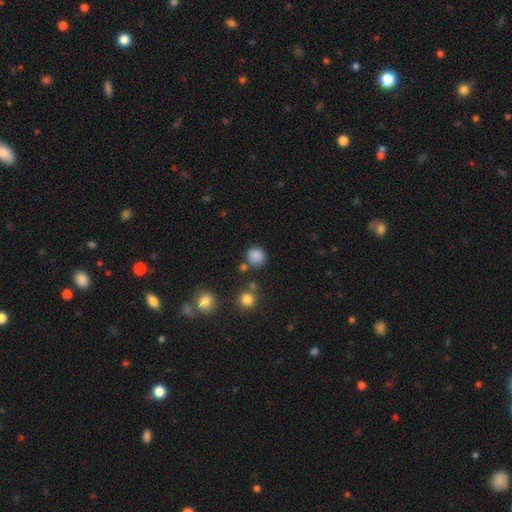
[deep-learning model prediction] Q: Smooth or featured?
A: smooth (84%); runner-up: star or artifact (12%)
Q: How rounded?
A: round (85%); runner-up: in between (14%)
Q: Merging?
A: none (74%); runner-up: minor disturbance (15%)